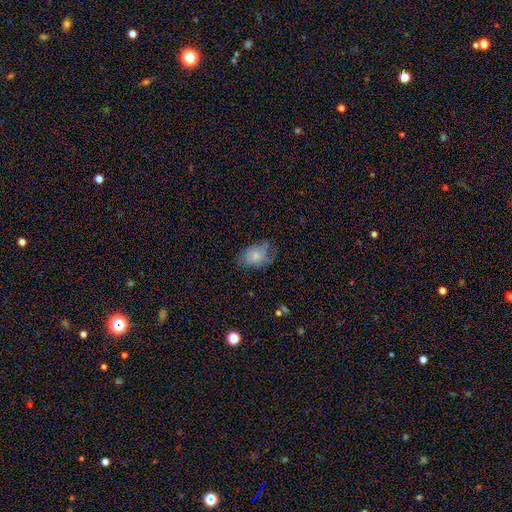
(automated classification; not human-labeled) This appears to be a smooth galaxy with no disk features (68%) that is in between round and cigar-shaped (71%). Merging: none (51%).